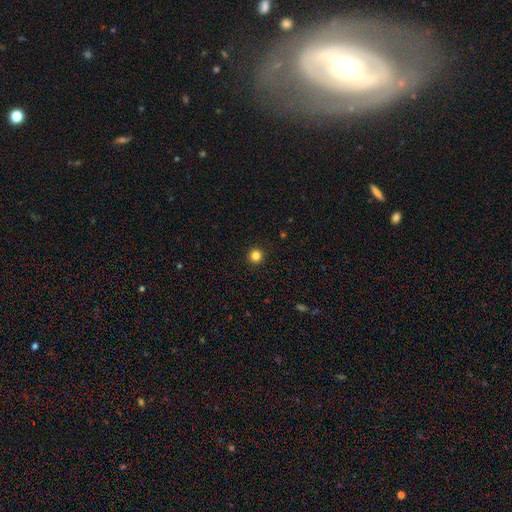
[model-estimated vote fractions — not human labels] A smooth galaxy with no disk features (84%) that is round (96%). Merging: none (94%).